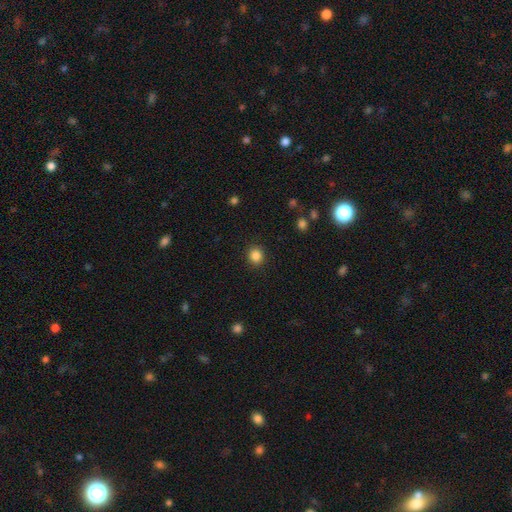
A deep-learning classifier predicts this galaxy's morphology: Smooth or featured? smooth (86%)
How rounded? round (87%)
Merging? none (91%)